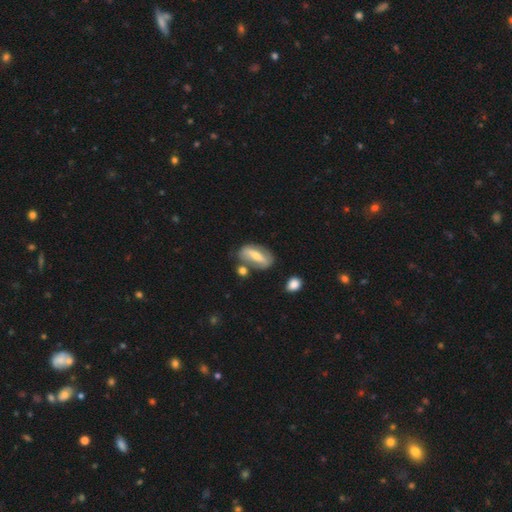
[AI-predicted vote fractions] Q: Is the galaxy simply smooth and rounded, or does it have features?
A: featured or disk — 56%.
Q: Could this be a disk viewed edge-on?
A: no — 81%.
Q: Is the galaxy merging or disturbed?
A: none — 64%.